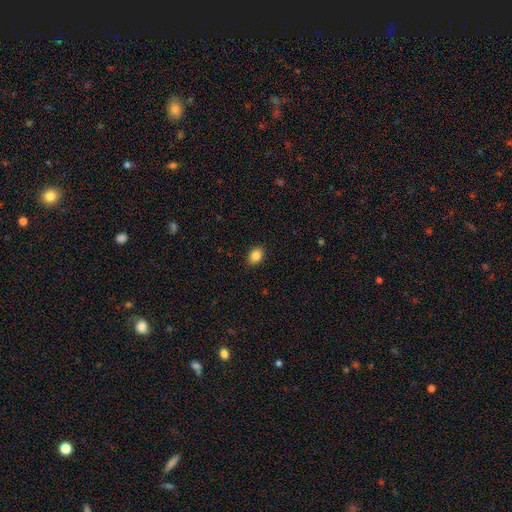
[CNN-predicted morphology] The model was most divided on "how rounded": in between: 60%, round: 39%, cigar-shaped: 1%. More confident: merging — none (89%); smooth or featured — smooth (86%).